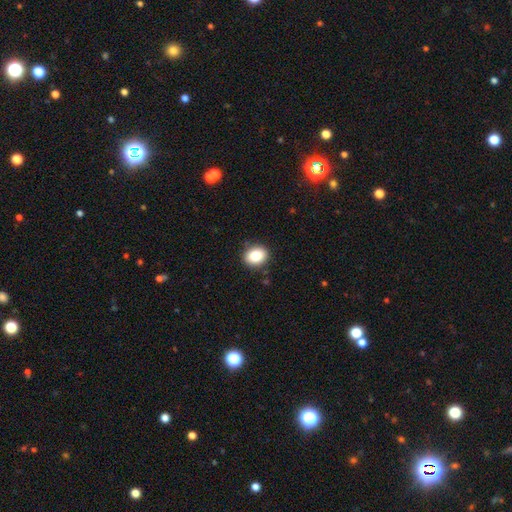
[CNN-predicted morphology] Smooth or featured? smooth (83%)
How rounded? round (57%)
Merging? none (88%)